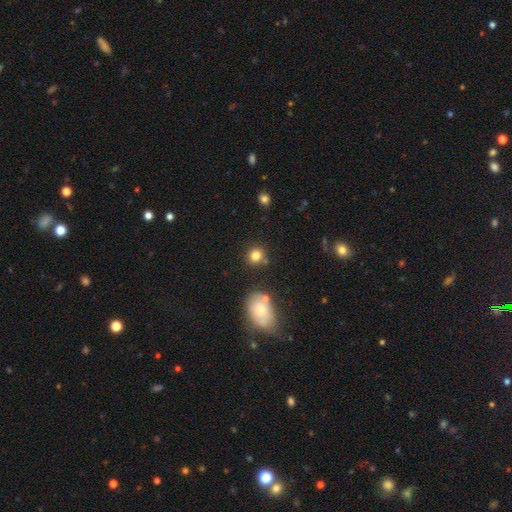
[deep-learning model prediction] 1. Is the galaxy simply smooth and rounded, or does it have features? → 81% smooth, 12% star or artifact, 7% featured or disk.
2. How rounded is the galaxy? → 86% round, 13% in between, 1% cigar-shaped.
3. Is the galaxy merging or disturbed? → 80% none, 10% minor disturbance, 8% merger, 3% major disturbance.